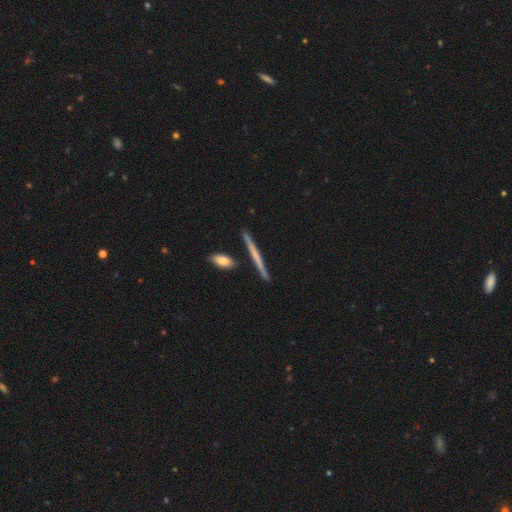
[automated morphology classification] Q: Smooth or featured?
A: featured or disk (48%); runner-up: smooth (47%)
Q: Merging?
A: none (86%); runner-up: minor disturbance (8%)